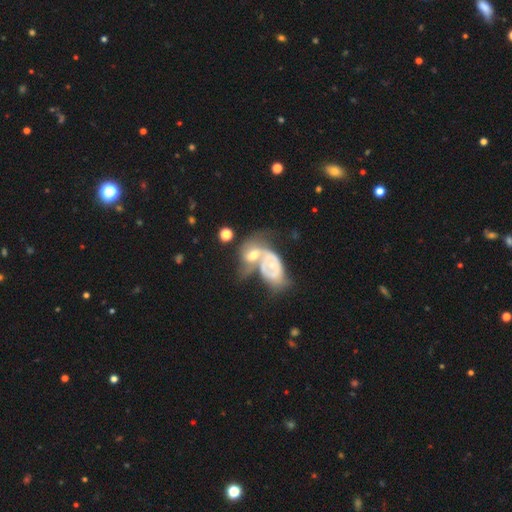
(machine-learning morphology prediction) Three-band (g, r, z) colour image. It shows a featured or disk galaxy (66%) with no bar (71%), spiral arms (65%) and a small central bulge (48%). Merging: merger (59%).